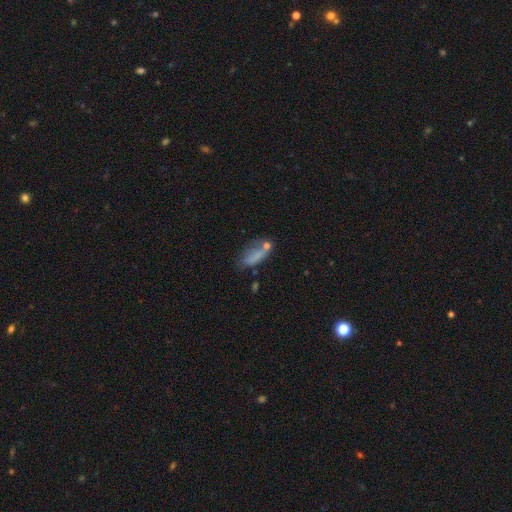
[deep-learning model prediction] smooth-or-featured: smooth: 67% | featured or disk: 21% | star or artifact: 12%
  how-rounded: in between: 69% | cigar-shaped: 26% | round: 4%
  merging: none: 37% | minor disturbance: 24% | major disturbance: 21% | merger: 17%